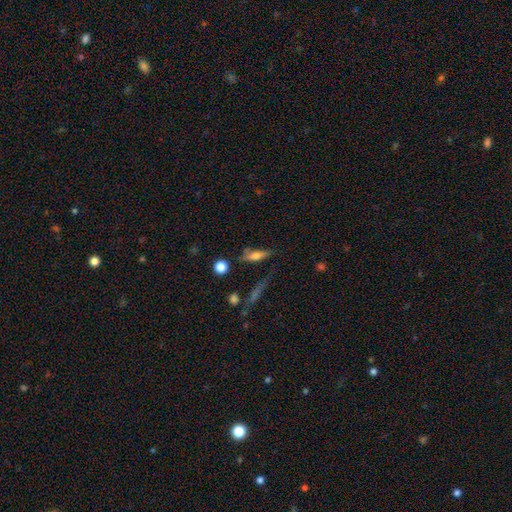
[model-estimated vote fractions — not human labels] The model was most divided on "how rounded": cigar-shaped: 48%, in between: 47%, round: 5%. More confident: smooth or featured — smooth (62%); merging — none (59%).